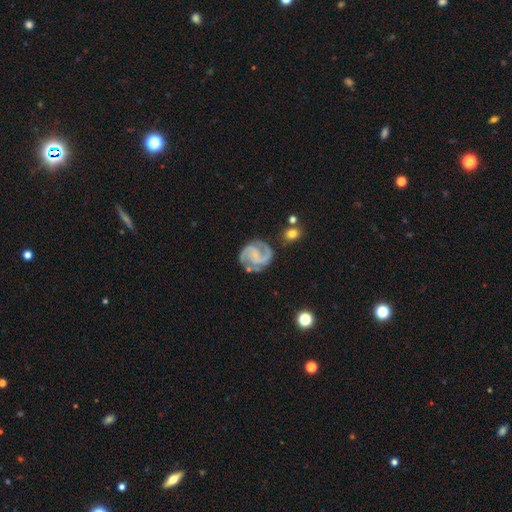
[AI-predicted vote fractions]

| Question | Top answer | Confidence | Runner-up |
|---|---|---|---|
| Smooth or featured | featured or disk | 90% | smooth (5%) |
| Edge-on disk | no | 98% | yes (2%) |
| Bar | no | 46% | weak (41%) |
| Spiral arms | yes | 98% | no (2%) |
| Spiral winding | medium | 55% | tight (34%) |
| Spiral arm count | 2 | 84% | 3 (8%) |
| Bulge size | small | 67% | none (19%) |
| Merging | none | 74% | minor disturbance (16%) |